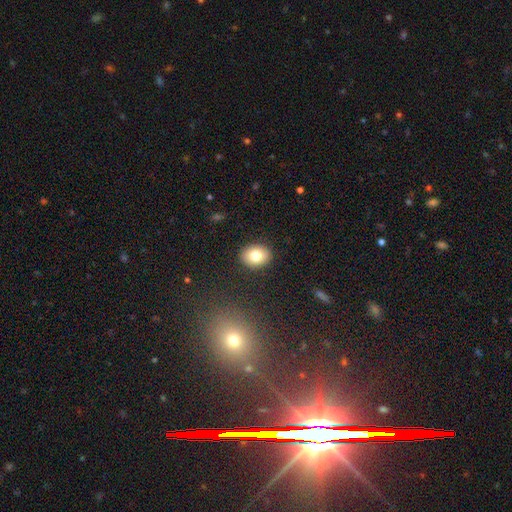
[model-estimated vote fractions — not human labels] This is likely a smooth galaxy (79%). How rounded: possibly in between (56%). Merging: clearly none (90%).